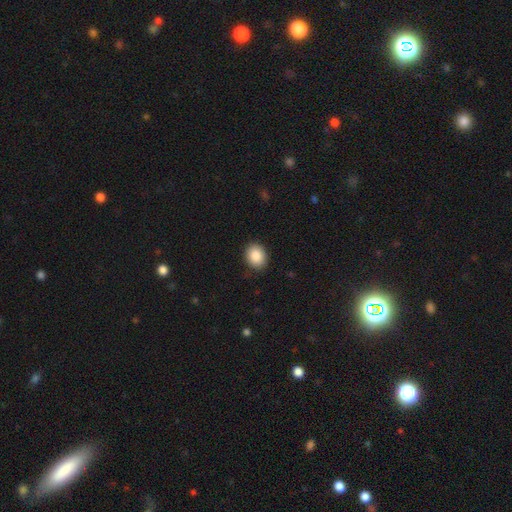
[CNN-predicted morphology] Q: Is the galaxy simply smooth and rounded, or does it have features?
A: smooth — 88%.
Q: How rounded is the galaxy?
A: round — 50%.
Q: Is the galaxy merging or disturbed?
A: none — 87%.